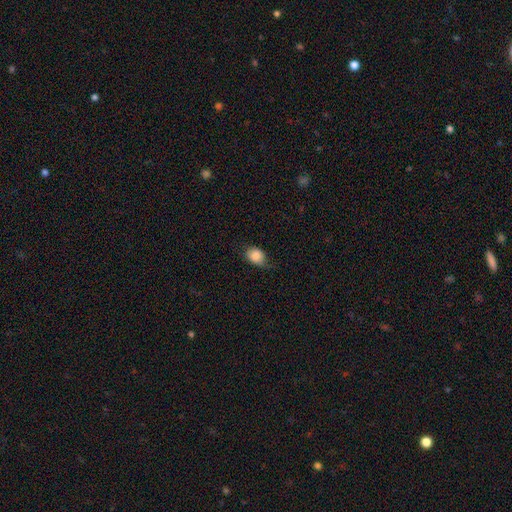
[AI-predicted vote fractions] Smooth or featured?
  - smooth: 85% *
  - star or artifact: 8%
  - featured or disk: 7%
How rounded?
  - in between: 62% *
  - round: 37%
  - cigar-shaped: 1%
Merging?
  - none: 53% *
  - minor disturbance: 36%
  - major disturbance: 10%
  - merger: 1%